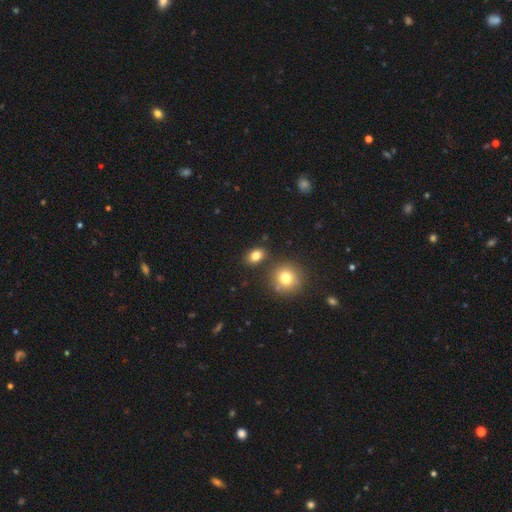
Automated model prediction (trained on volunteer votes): Q: Smooth or featured?
A: smooth (81%); runner-up: star or artifact (11%)
Q: How rounded?
A: in between (70%); runner-up: round (28%)
Q: Merging?
A: none (80%); runner-up: minor disturbance (10%)